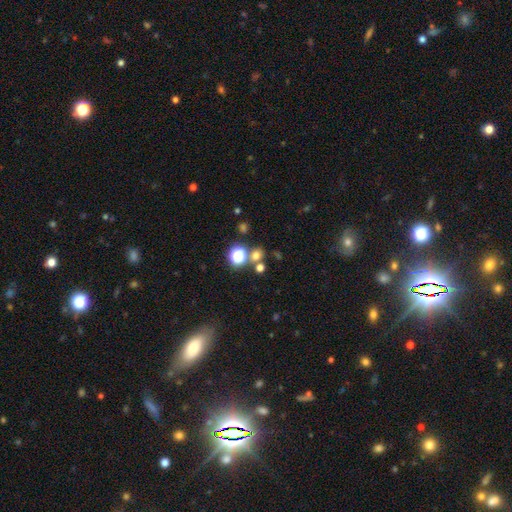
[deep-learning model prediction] A smooth galaxy with no disk features (62%) that is round (78%). Merging: none (68%).